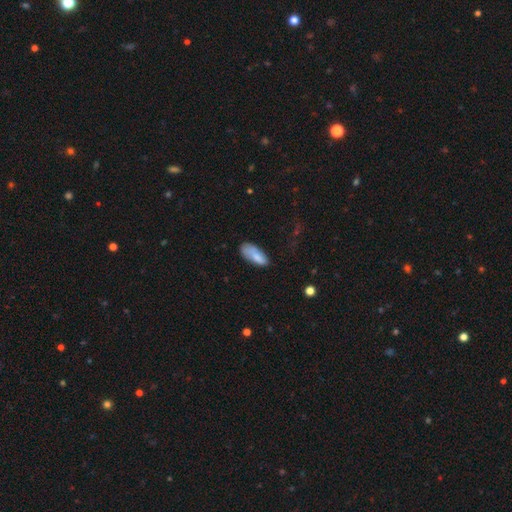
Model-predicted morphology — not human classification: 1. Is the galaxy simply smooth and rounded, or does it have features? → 78% smooth, 15% featured or disk, 7% star or artifact.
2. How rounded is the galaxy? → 79% in between, 19% cigar-shaped, 2% round.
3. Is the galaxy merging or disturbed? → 52% none, 31% minor disturbance, 12% major disturbance, 5% merger.